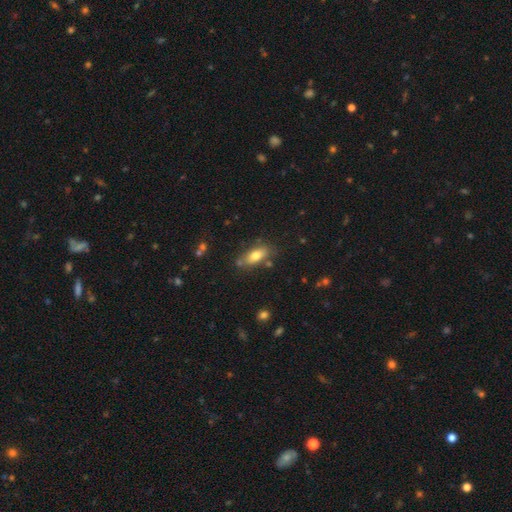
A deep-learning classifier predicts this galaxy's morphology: smooth_or_featured: smooth (p=0.74) [alt: featured or disk p=0.18]
how_rounded: in between (p=0.82) [alt: cigar-shaped p=0.14]
merging: none (p=0.73) [alt: minor disturbance p=0.16]